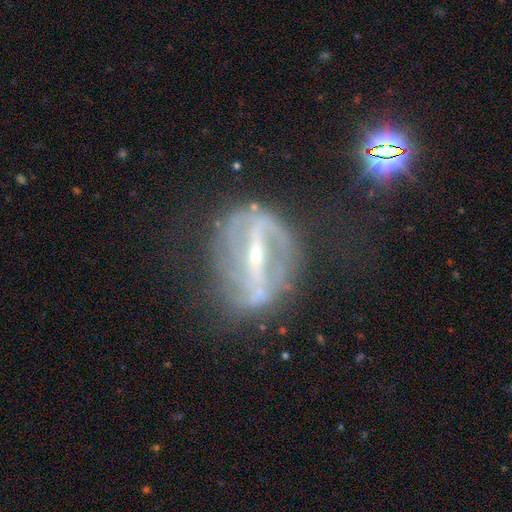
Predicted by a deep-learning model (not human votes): Smooth or featured? Predicted: featured or disk (p=0.87). Edge-on disk? Predicted: no (p=0.91). Bar? Predicted: strong (p=0.79). Spiral arms? Predicted: yes (p=0.85). Spiral winding? Predicted: medium (p=0.40). Spiral arm count? Predicted: 2 (p=0.65). Bulge size? Predicted: small (p=0.73). Merging? Predicted: none (p=0.59).